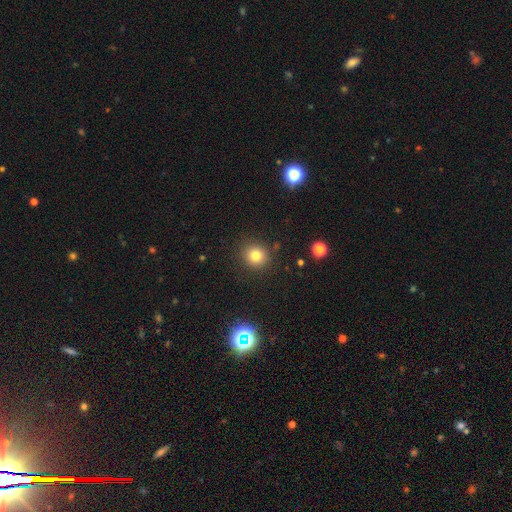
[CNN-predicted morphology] type=smooth (79%); roundness=round (87%); merging=none (88%).